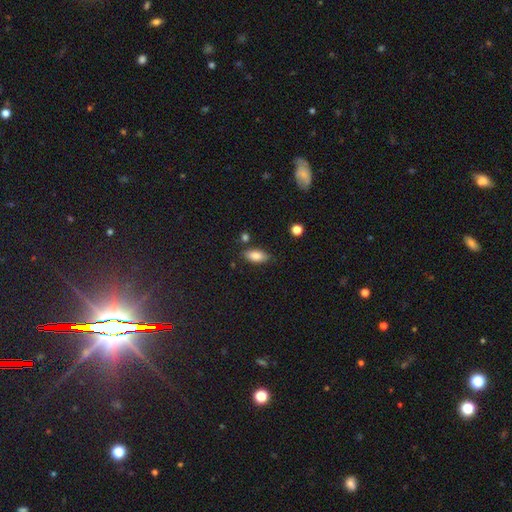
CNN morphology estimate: Smooth or featured: smooth — 83% (featured or disk — 9%)
How rounded: in between — 89% (cigar-shaped — 8%)
Merging: none — 79% (minor disturbance — 13%)